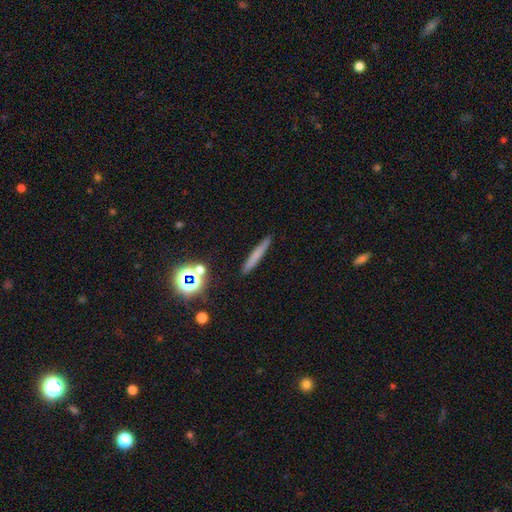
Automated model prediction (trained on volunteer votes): Morphology: type=smooth (62%); roundness=cigar-shaped (94%); merging=none (89%).